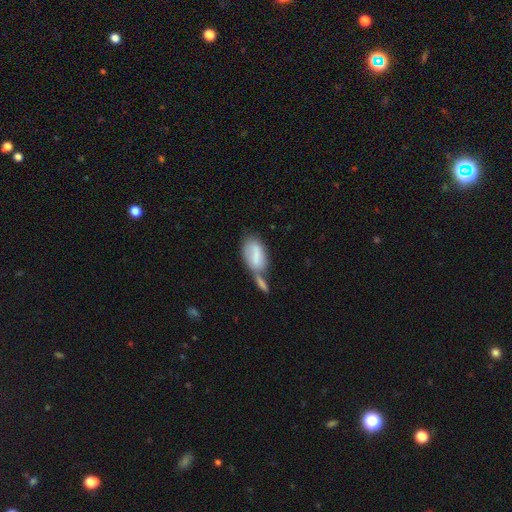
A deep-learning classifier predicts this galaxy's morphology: This appears to be a smooth galaxy with no disk features (73%) that is in between round and cigar-shaped (91%). Merging: merger (54%).